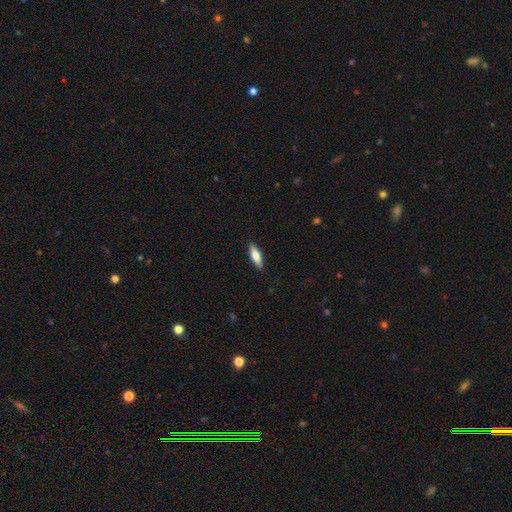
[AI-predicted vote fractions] smooth-or-featured: smooth: 74% | featured or disk: 20% | star or artifact: 6%
  how-rounded: in between: 53% | cigar-shaped: 45% | round: 2%
  merging: none: 89% | minor disturbance: 8% | major disturbance: 2% | merger: 1%